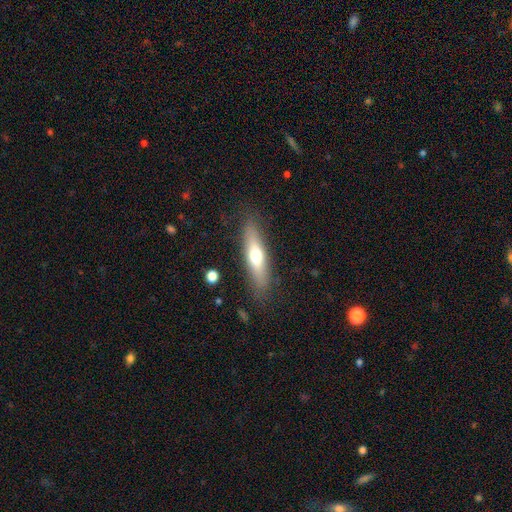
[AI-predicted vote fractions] Q: Smooth or featured?
A: smooth (57%); runner-up: featured or disk (37%)
Q: How rounded?
A: cigar-shaped (70%); runner-up: in between (28%)
Q: Merging?
A: none (84%); runner-up: minor disturbance (11%)